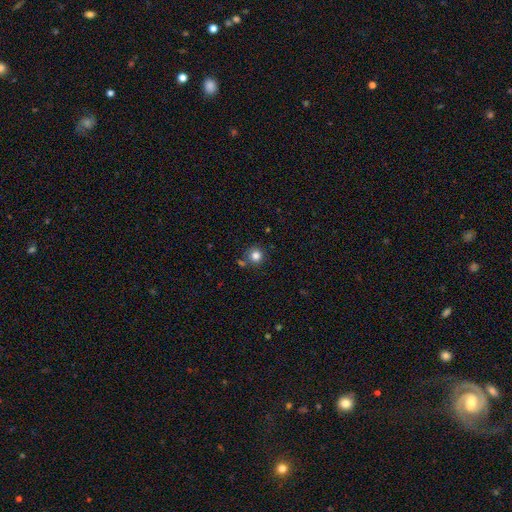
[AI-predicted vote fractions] Smooth or featured?
  - smooth: 82% *
  - star or artifact: 12%
  - featured or disk: 6%
How rounded?
  - round: 93% *
  - in between: 6%
  - cigar-shaped: 1%
Merging?
  - none: 76% *
  - minor disturbance: 10%
  - merger: 10%
  - major disturbance: 3%